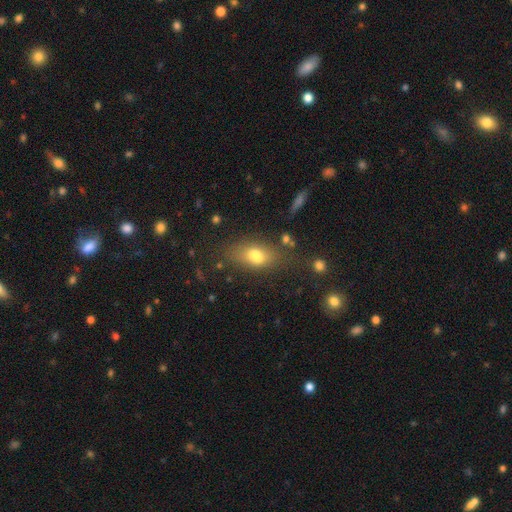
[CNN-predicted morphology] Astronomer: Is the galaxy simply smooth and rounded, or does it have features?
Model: smooth — 71%.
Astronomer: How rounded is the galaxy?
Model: in between — 83%.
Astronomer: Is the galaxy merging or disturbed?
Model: none — 57%.